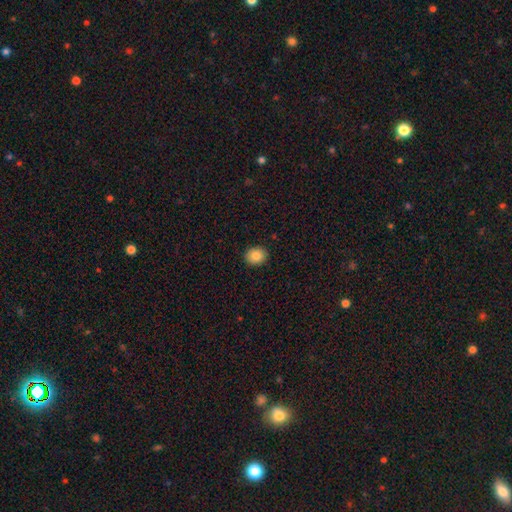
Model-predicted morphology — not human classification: The model was most divided on "how rounded": round: 64%, in between: 35%, cigar-shaped: 1%. More confident: merging — none (91%); smooth or featured — smooth (85%).